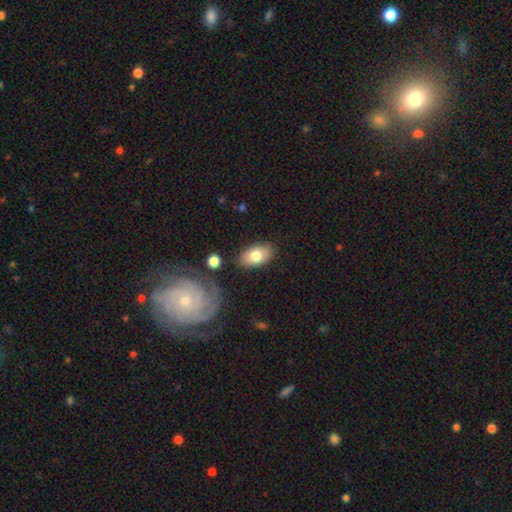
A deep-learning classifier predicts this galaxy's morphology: Smooth or featured: smooth — 78% (featured or disk — 16%)
How rounded: in between — 92% (round — 6%)
Merging: none — 81% (minor disturbance — 13%)